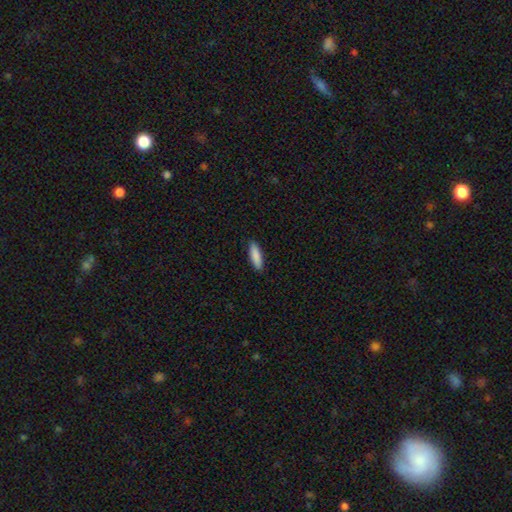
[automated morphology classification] Smooth or featured? smooth (88%)
How rounded? cigar-shaped (58%)
Merging? none (90%)